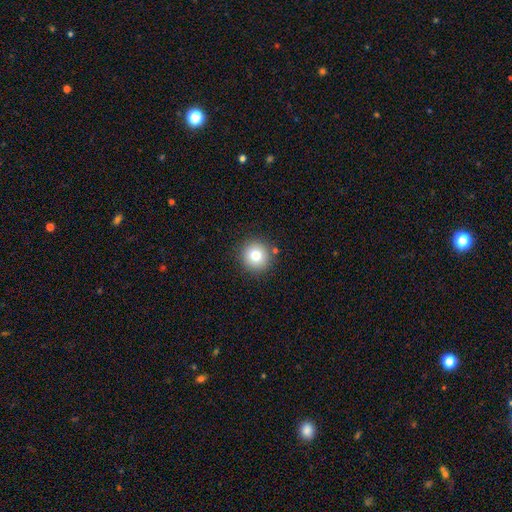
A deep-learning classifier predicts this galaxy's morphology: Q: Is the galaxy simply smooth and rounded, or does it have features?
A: smooth — 78%.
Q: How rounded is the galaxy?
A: round — 94%.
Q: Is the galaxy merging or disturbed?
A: none — 87%.